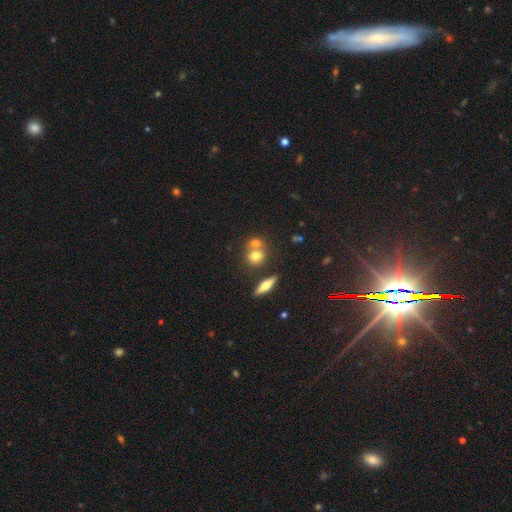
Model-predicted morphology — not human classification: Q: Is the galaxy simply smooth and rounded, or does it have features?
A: smooth — 69%.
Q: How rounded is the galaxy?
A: round — 71%.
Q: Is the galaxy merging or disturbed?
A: merger — 45%.